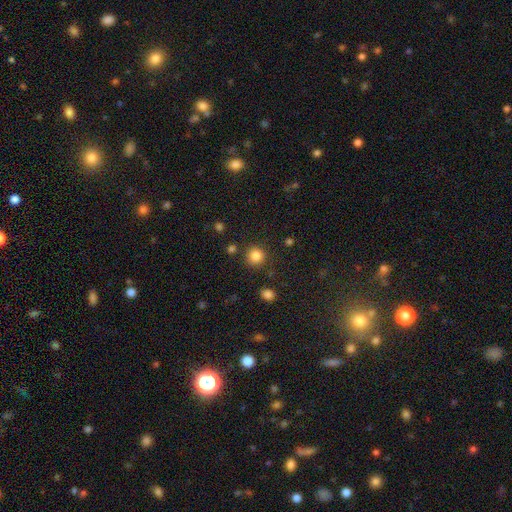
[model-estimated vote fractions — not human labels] Smooth or featured: smooth — 85% (star or artifact — 12%)
How rounded: round — 92% (in between — 7%)
Merging: none — 86% (minor disturbance — 8%)